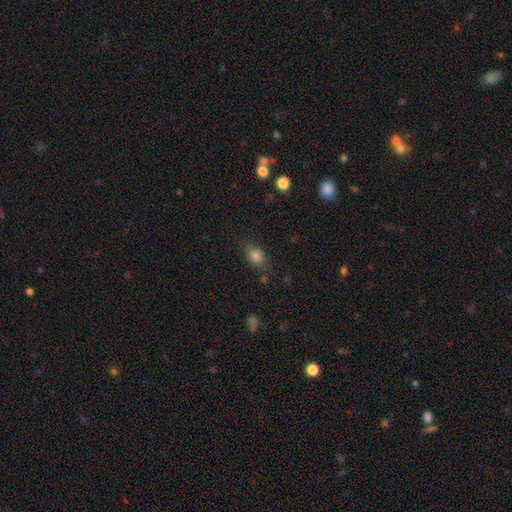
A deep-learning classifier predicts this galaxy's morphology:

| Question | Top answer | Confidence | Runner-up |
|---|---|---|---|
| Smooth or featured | smooth | 80% | star or artifact (11%) |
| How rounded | in between | 73% | round (24%) |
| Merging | none | 76% | minor disturbance (17%) |